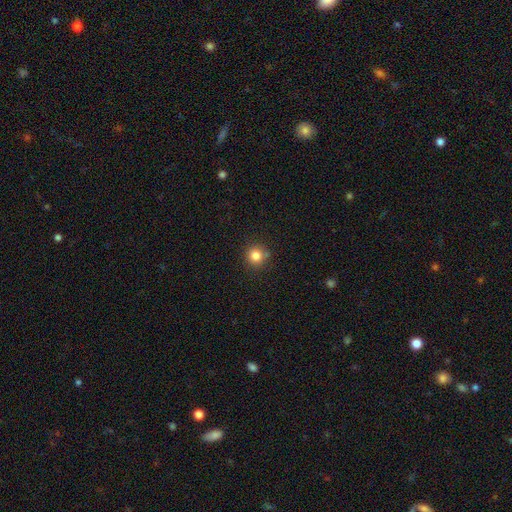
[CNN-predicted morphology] A smooth galaxy with no disk features (82%) that is round (94%).

Vote fractions:
- Smooth or featured? smooth: 82% / star or artifact: 12% / featured or disk: 6%
- How rounded? round: 94% / in between: 6% / cigar-shaped: 1%
- Merging? none: 84% / minor disturbance: 9% / merger: 4% / major disturbance: 2%